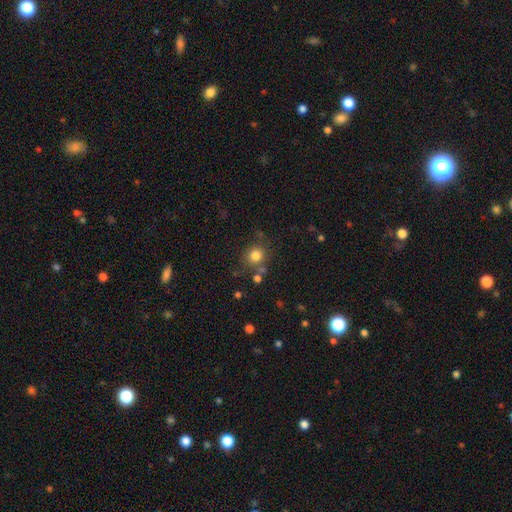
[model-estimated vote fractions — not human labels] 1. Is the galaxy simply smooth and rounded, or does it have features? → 80% smooth, 13% star or artifact, 7% featured or disk.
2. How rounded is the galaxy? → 85% round, 14% in between, 1% cigar-shaped.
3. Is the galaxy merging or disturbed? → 72% none, 12% minor disturbance, 11% merger, 5% major disturbance.